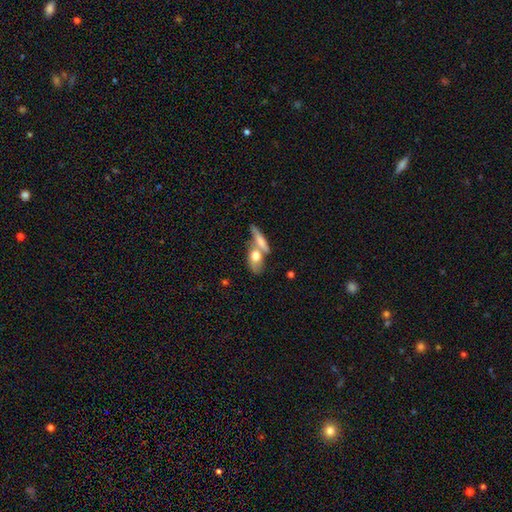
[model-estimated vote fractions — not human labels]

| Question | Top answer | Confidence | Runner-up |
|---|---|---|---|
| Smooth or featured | smooth | 67% | featured or disk (26%) |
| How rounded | in between | 68% | cigar-shaped (19%) |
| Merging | merger | 54% | none (28%) |